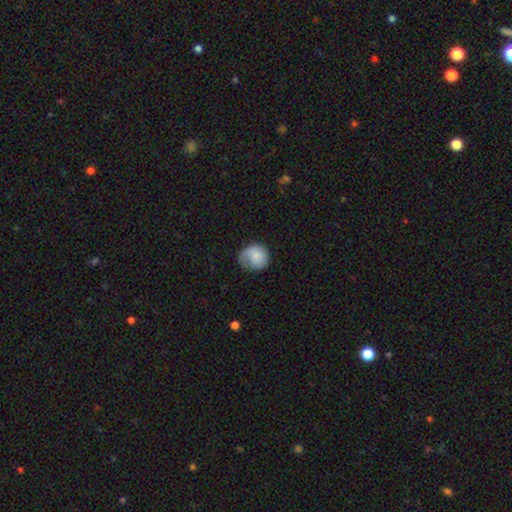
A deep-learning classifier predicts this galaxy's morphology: smooth_or_featured: smooth (p=0.73) [alt: featured or disk p=0.20]
how_rounded: round (p=0.73) [alt: in between p=0.26]
merging: none (p=0.41) [alt: minor disturbance p=0.35]